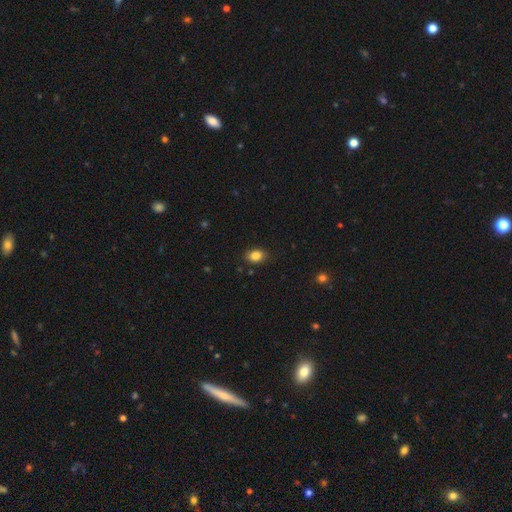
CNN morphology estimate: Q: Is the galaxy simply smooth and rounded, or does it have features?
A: smooth — 85%.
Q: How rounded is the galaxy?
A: in between — 73%.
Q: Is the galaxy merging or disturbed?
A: none — 85%.